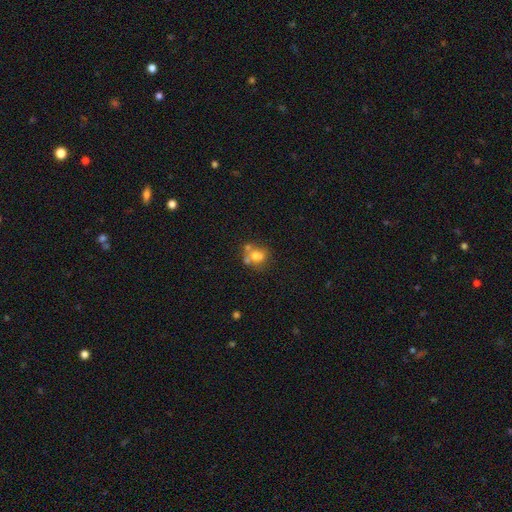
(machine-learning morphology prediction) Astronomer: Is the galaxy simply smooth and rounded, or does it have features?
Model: smooth — 65%.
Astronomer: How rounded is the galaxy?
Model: round — 57% (runner-up: in between, 42%).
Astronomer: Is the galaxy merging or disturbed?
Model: none — 39%, tied with merger at 39%.